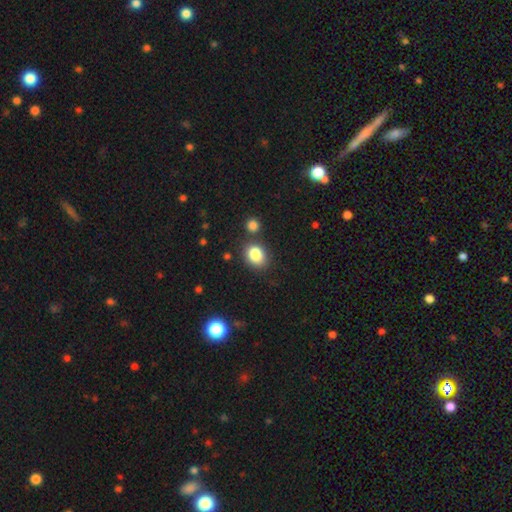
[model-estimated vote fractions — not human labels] This appears to be a smooth galaxy with no disk features (84%) that is in between round and cigar-shaped (61%). Merging: none (72%).